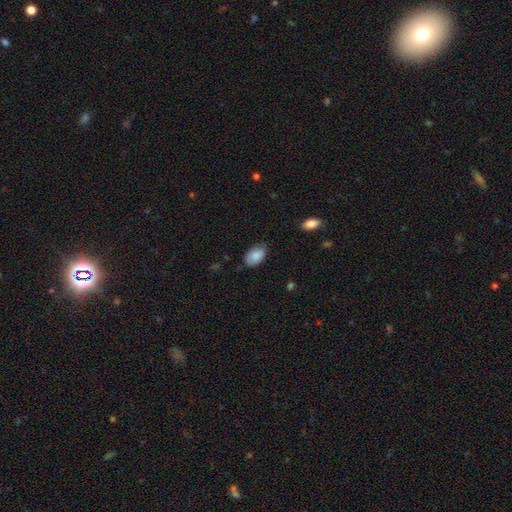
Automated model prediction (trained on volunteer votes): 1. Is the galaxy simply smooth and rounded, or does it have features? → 82% smooth, 11% featured or disk, 7% star or artifact.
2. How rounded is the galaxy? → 92% in between, 6% round, 1% cigar-shaped.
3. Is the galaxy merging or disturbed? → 70% none, 25% minor disturbance, 4% major disturbance, 1% merger.